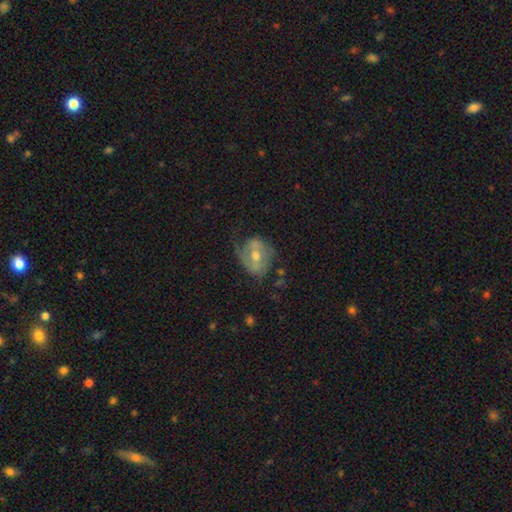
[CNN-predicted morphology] This appears to be a featured or disk galaxy (65%) with no bar (45%), spiral arms (75%) and a moderate central bulge (70%). Merging: none (56%).